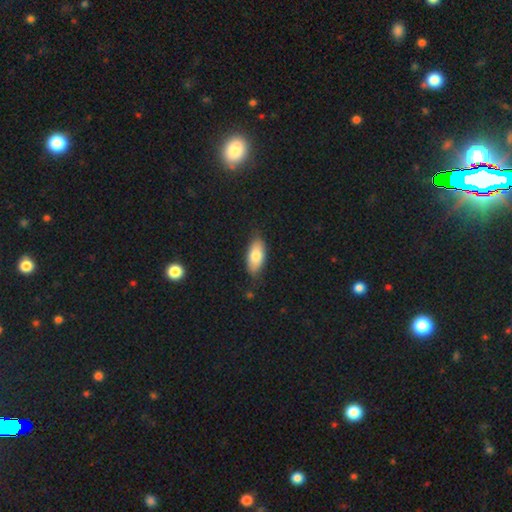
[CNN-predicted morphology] type=smooth (79%); roundness=in between (89%); merging=none (80%).